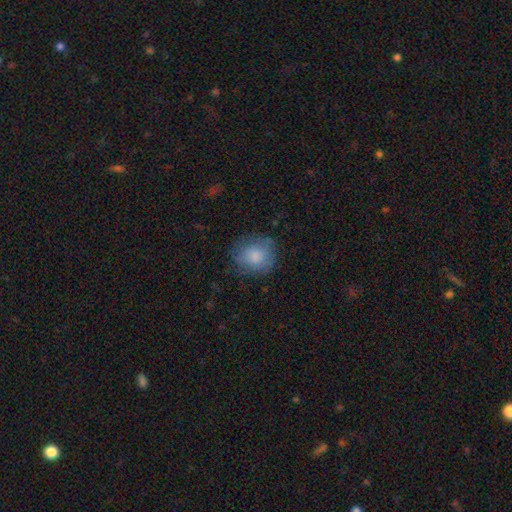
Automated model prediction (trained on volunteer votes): A smooth galaxy with no disk features (76%) that is round (75%).

Vote fractions:
- Smooth or featured? smooth: 76% / featured or disk: 17% / star or artifact: 8%
- How rounded? round: 75% / in between: 24% / cigar-shaped: 1%
- Merging? none: 64% / minor disturbance: 24% / major disturbance: 11% / merger: 1%